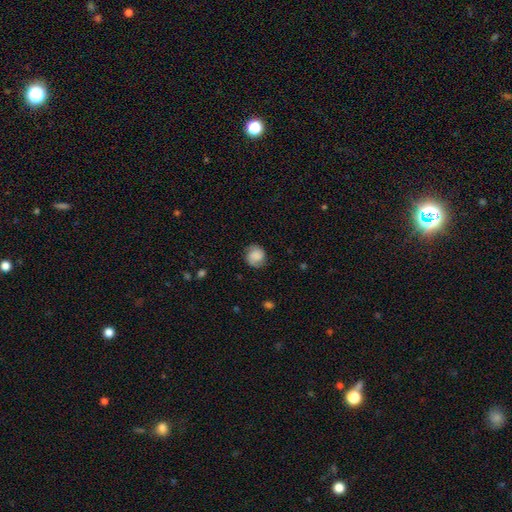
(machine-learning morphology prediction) Smooth or featured? smooth (68%)
How rounded? round (83%)
Merging? none (75%)